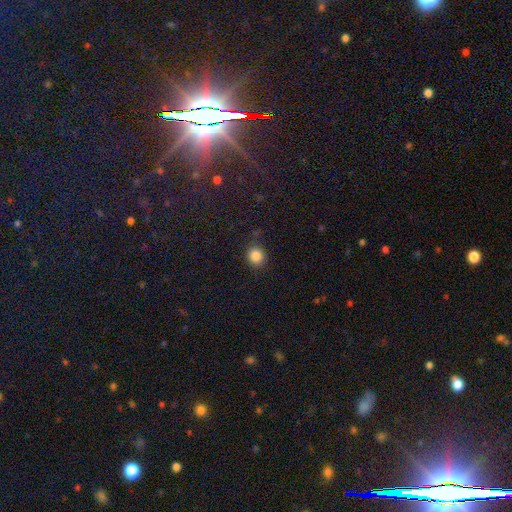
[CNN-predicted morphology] Smooth or featured?
  - smooth: 85% *
  - star or artifact: 11%
  - featured or disk: 4%
How rounded?
  - round: 83% *
  - in between: 16%
  - cigar-shaped: 1%
Merging?
  - none: 83% *
  - minor disturbance: 12%
  - major disturbance: 3%
  - merger: 2%